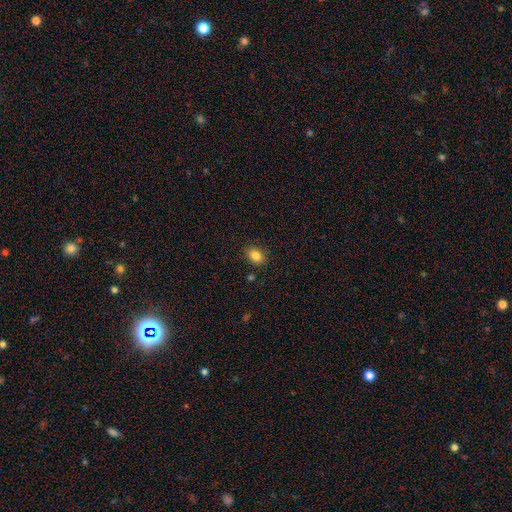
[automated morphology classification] A smooth galaxy with no disk features (84%) that is in between round and cigar-shaped (66%).

Vote fractions:
- Smooth or featured? smooth: 84% / star or artifact: 10% / featured or disk: 6%
- How rounded? in between: 66% / round: 33% / cigar-shaped: 1%
- Merging? none: 86% / minor disturbance: 10% / major disturbance: 2% / merger: 2%